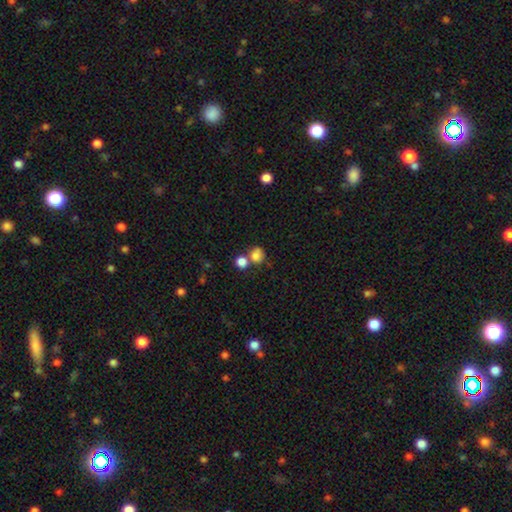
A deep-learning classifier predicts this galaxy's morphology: The model was most divided on "merging": none: 49%, merger: 36%, minor disturbance: 11%, major disturbance: 5%. More confident: smooth or featured — smooth (80%); how rounded — round (78%).